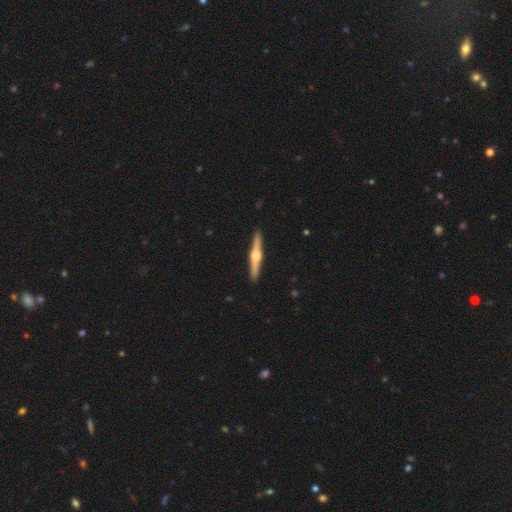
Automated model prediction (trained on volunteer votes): smooth_or_featured: featured or disk (p=0.76) [alt: smooth p=0.19]
disk_edge_on: yes (p=0.98) [alt: no p=0.02]
edge_on_bulge: rounded (p=0.92) [alt: boxy p=0.05]
merging: none (p=0.92) [alt: minor disturbance p=0.06]